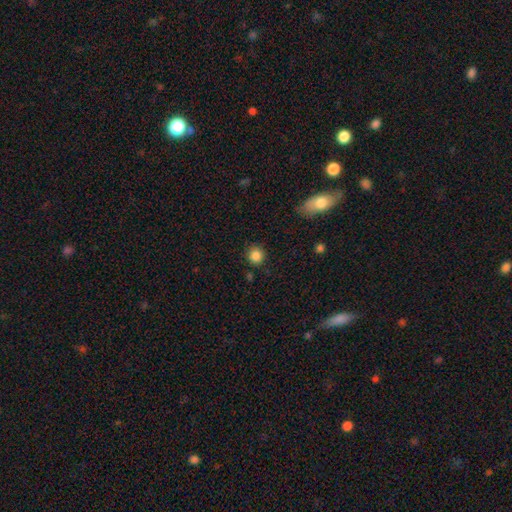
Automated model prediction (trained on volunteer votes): smooth-or-featured: smooth: 86% | star or artifact: 10% | featured or disk: 4%
  how-rounded: round: 91% | in between: 8% | cigar-shaped: 1%
  merging: none: 86% | minor disturbance: 9% | major disturbance: 2% | merger: 2%